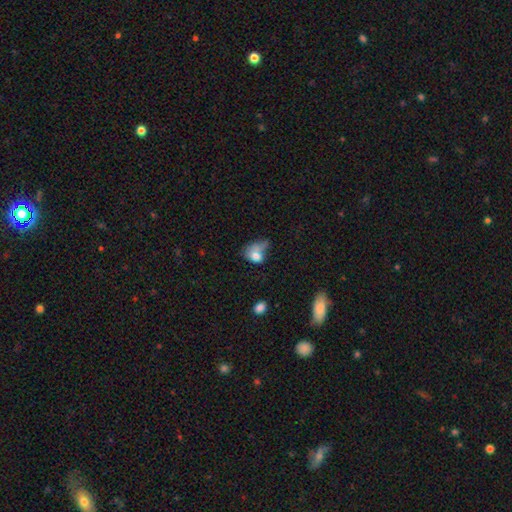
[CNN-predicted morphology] Smooth or featured: smooth — 73% (featured or disk — 17%)
How rounded: in between — 63% (round — 35%)
Merging: major disturbance — 32% (minor disturbance — 25%)